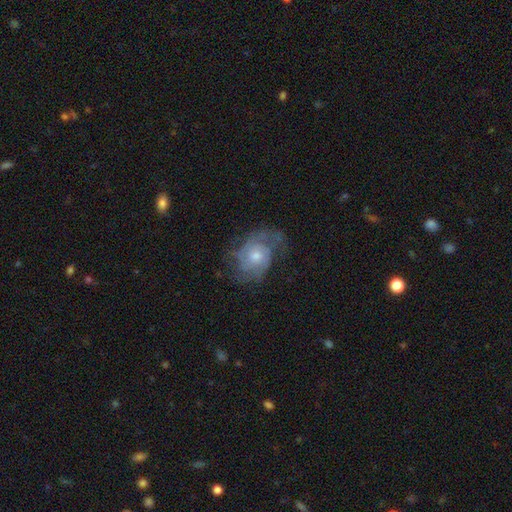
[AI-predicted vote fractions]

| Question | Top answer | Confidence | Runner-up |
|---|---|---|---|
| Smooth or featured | featured or disk | 76% | smooth (17%) |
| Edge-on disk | no | 97% | yes (3%) |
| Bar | no | 77% | weak (20%) |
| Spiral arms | yes | 89% | no (11%) |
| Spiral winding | tight | 43% | medium (40%) |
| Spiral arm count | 2 | 36% | can't tell (32%) |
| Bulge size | moderate | 56% | small (36%) |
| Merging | none | 58% | minor disturbance (22%) |